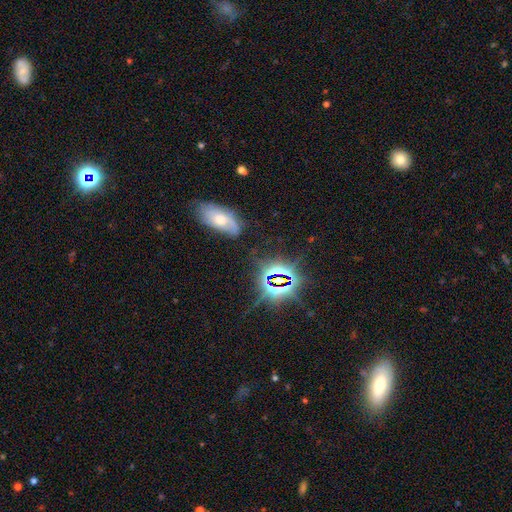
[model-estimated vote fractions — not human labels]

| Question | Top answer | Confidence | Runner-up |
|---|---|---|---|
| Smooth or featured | star or artifact | 51% | smooth (26%) |